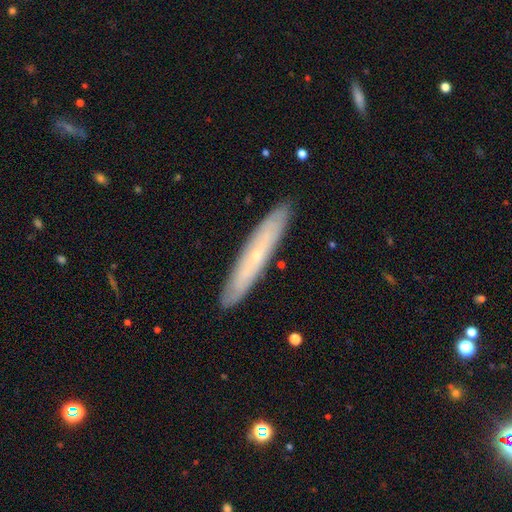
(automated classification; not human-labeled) Q: Smooth or featured?
A: featured or disk (55%); runner-up: smooth (38%)
Q: Edge-on disk?
A: yes (73%); runner-up: no (27%)
Q: Merging?
A: none (89%); runner-up: minor disturbance (8%)